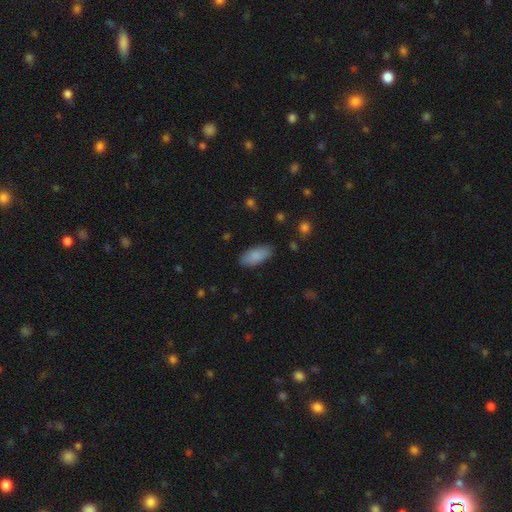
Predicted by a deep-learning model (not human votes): A smooth galaxy with no disk features (88%) that is in between round and cigar-shaped (89%).

Vote fractions:
- Smooth or featured? smooth: 88% / star or artifact: 6% / featured or disk: 6%
- How rounded? in between: 89% / cigar-shaped: 9% / round: 2%
- Merging? none: 86% / minor disturbance: 11% / major disturbance: 3% / merger: 1%